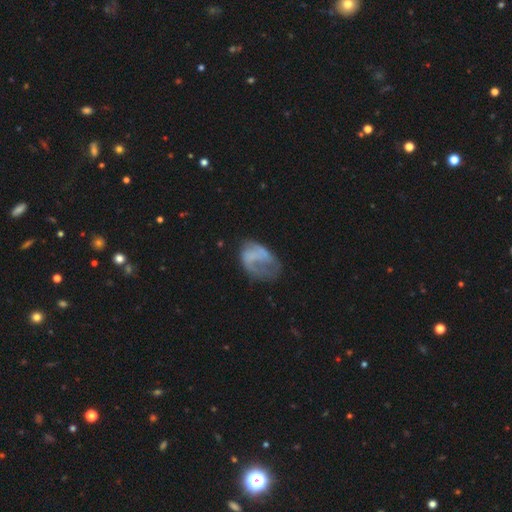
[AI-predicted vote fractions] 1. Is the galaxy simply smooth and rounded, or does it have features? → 45% featured or disk, 44% smooth, 10% star or artifact.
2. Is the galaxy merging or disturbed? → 44% major disturbance, 27% none, 25% minor disturbance, 4% merger.